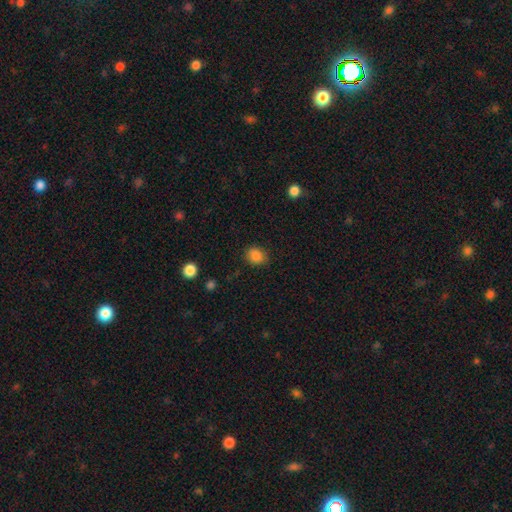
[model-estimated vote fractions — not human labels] A smooth galaxy with no disk features (86%) that is round (66%). Merging: none (85%).